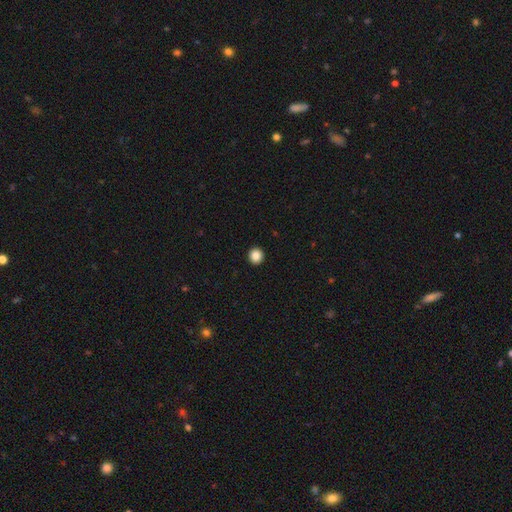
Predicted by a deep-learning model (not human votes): Smooth or featured? Predicted: smooth (p=0.87). How rounded? Predicted: round (p=0.94). Merging? Predicted: none (p=0.94).